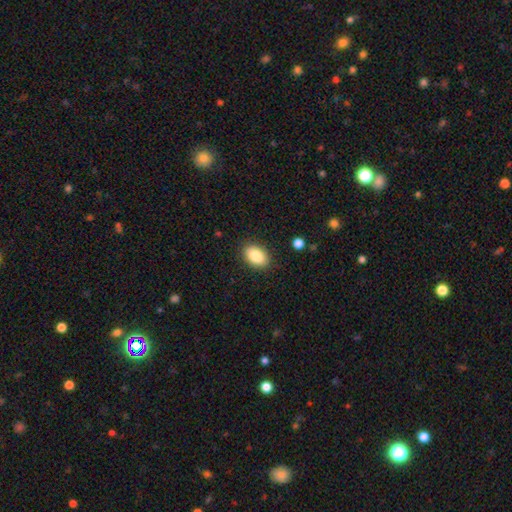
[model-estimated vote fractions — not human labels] This appears to be a smooth galaxy with no disk features (86%) that is in between round and cigar-shaped (86%). Merging: none (87%).